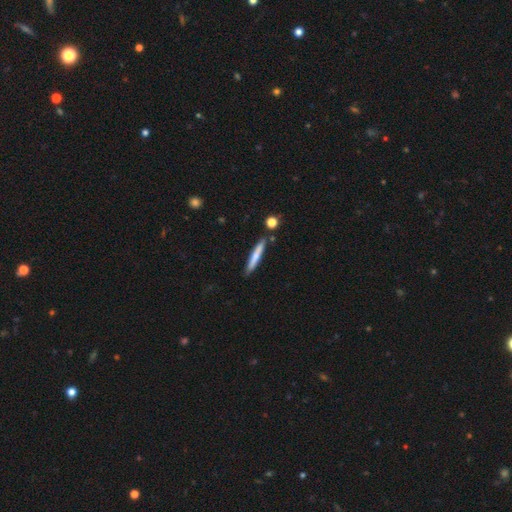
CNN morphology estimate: type=smooth (61%); roundness=cigar-shaped (94%); merging=none (84%).